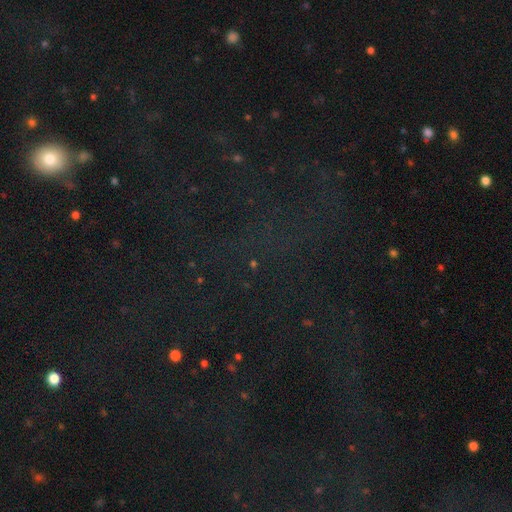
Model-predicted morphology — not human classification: This appears to be a star or artifact, not a galaxy (71%).